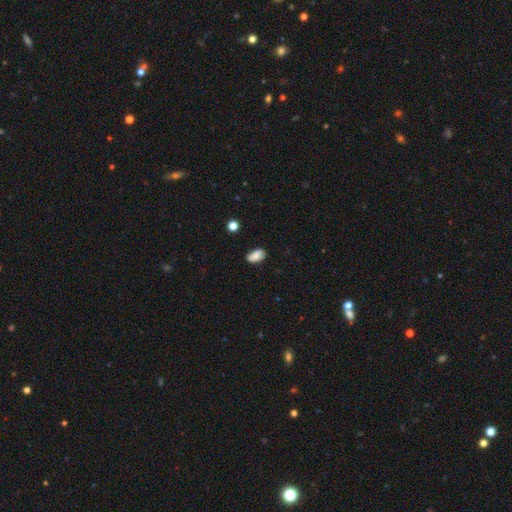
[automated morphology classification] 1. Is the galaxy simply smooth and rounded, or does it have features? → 81% smooth, 10% featured or disk, 9% star or artifact.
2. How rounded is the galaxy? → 91% in between, 5% round, 4% cigar-shaped.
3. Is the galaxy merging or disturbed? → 78% none, 16% minor disturbance, 3% major disturbance, 2% merger.